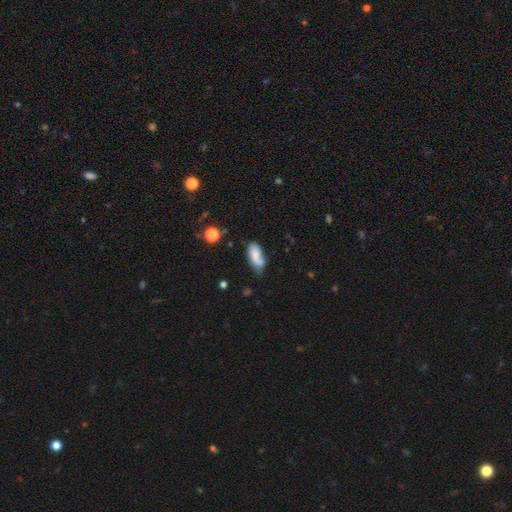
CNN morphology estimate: This appears to be a smooth galaxy with no disk features (73%) that is in between round and cigar-shaped (86%). Merging: none (44%).